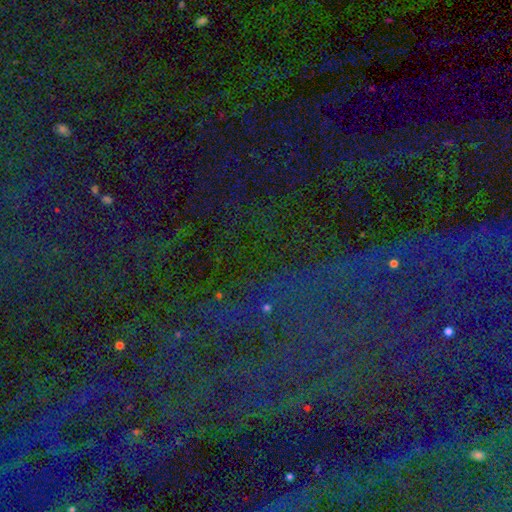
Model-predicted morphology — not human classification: Smooth or featured? Predicted: star or artifact (p=0.82).